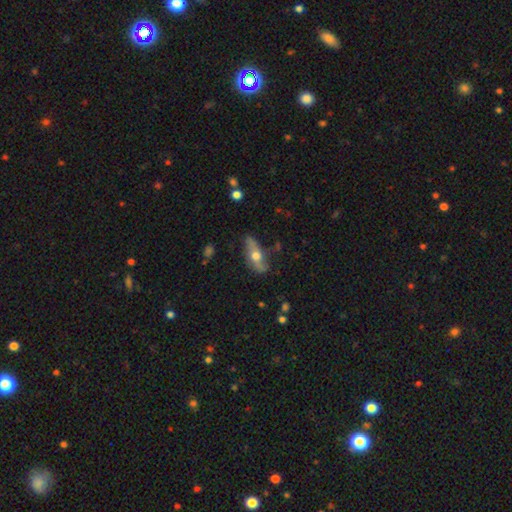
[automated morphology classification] smooth-or-featured: featured or disk: 62% | smooth: 31% | star or artifact: 7%
  disk-edge-on: no: 60% | yes: 40%
  merging: none: 71% | minor disturbance: 21% | major disturbance: 6% | merger: 2%